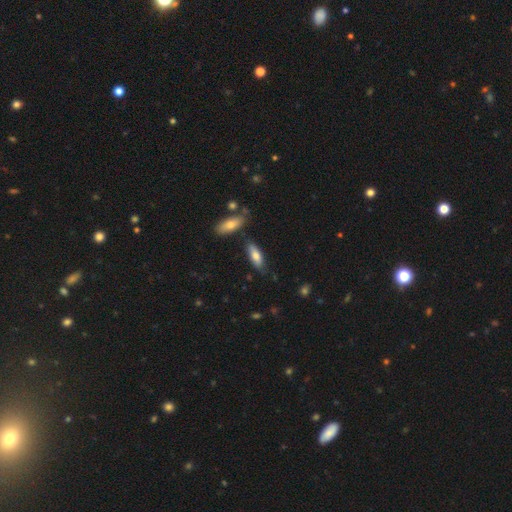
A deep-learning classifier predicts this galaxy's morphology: Smooth or featured? smooth (75%)
How rounded? in between (66%)
Merging? none (73%)